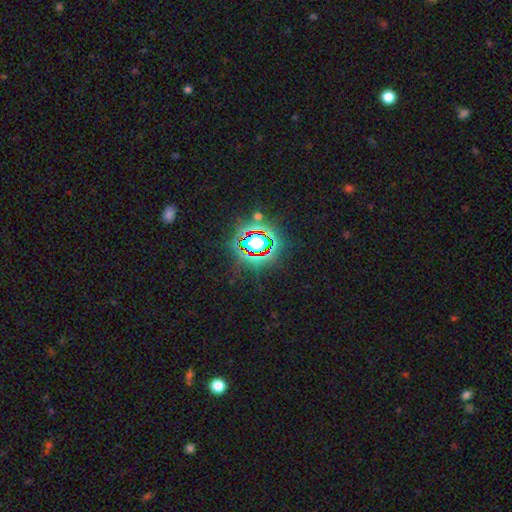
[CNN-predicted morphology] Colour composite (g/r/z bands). It shows a star or artifact, not a galaxy (82%).